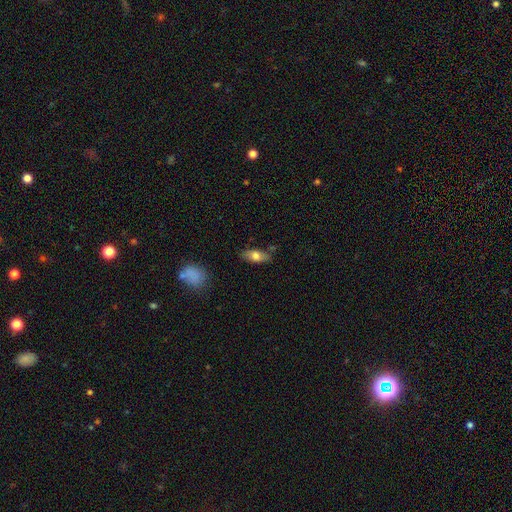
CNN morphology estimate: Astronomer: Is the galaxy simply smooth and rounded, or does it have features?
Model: smooth — 73%.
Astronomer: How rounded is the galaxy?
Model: in between — 80%.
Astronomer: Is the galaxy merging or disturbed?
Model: none — 76%.